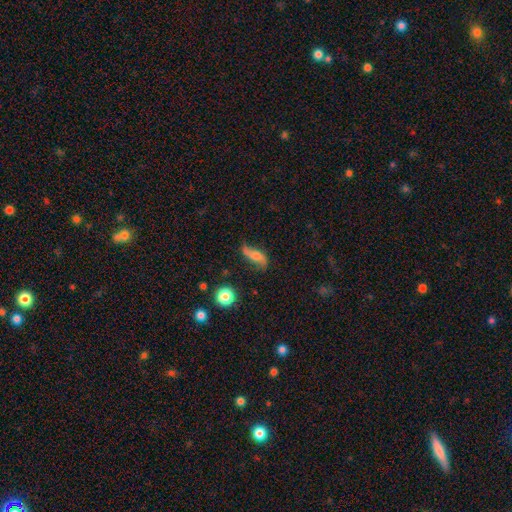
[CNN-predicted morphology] A featured or disk galaxy (58%). Merging: none (64%).